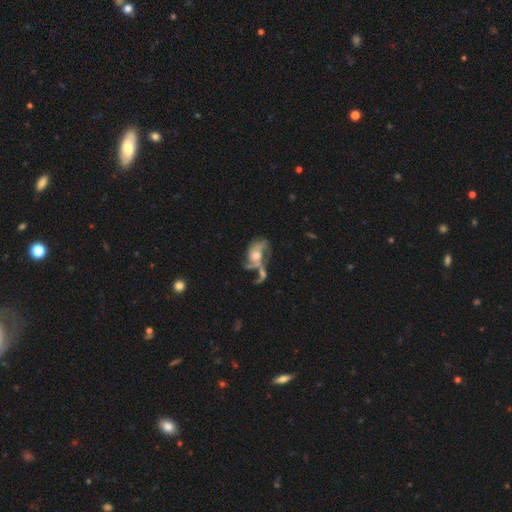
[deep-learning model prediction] smooth_or_featured: featured or disk (p=0.73) [alt: smooth p=0.19]
disk_edge_on: no (p=0.96) [alt: yes p=0.04]
bar: no (p=0.71) [alt: weak p=0.24]
has_spiral_arms: yes (p=0.81) [alt: no p=0.19]
spiral_winding: loose (p=0.51) [alt: medium p=0.36]
spiral_arm_count: 2 (p=0.48) [alt: can't tell p=0.19]
bulge_size: moderate (p=0.63) [alt: small p=0.24]
merging: merger (p=0.35) [alt: major disturbance p=0.27]